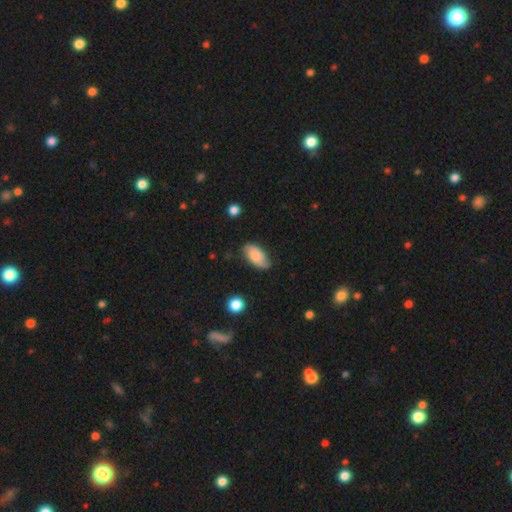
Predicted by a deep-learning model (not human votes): Smooth or featured: smooth — 66% (featured or disk — 26%)
How rounded: in between — 93% (round — 3%)
Merging: none — 65% (minor disturbance — 27%)